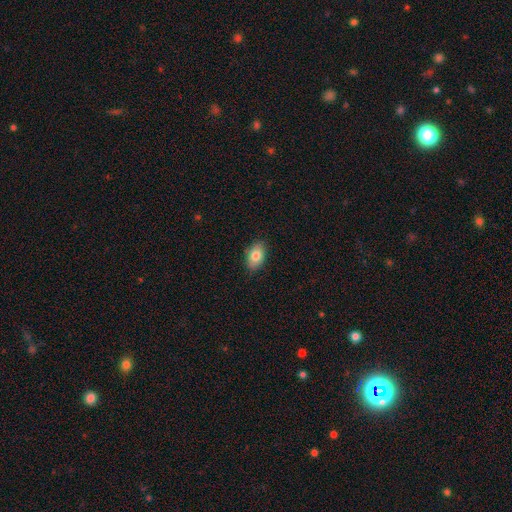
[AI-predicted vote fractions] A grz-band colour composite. It shows a smooth galaxy with no disk features (81%) that is in between round and cigar-shaped (88%). Merging: none (85%).